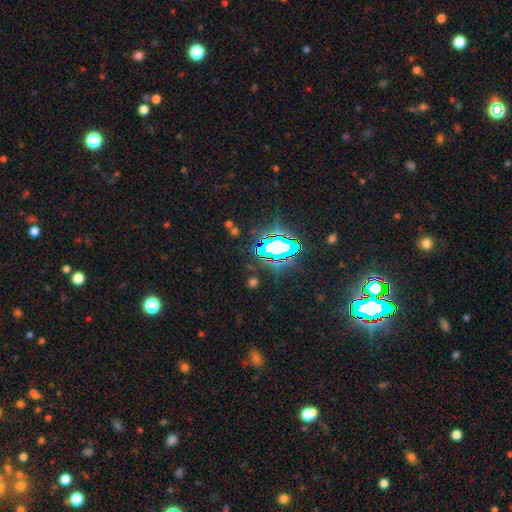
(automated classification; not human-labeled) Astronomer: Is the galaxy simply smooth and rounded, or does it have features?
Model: star or artifact — 79%.